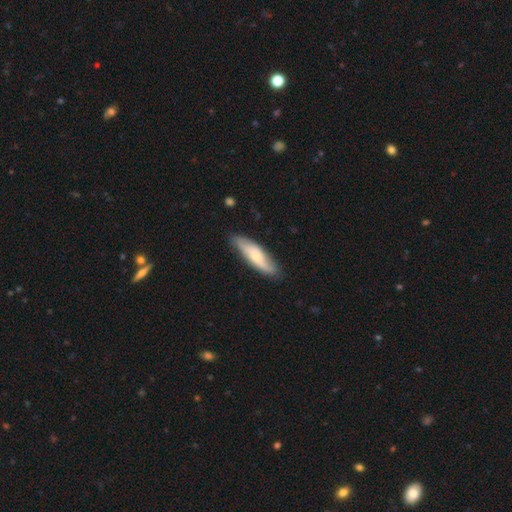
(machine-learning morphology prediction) smooth-or-featured: smooth: 58% | featured or disk: 37% | star or artifact: 5%
  how-rounded: cigar-shaped: 58% | in between: 41% | round: 2%
  merging: none: 79% | minor disturbance: 16% | major disturbance: 3% | merger: 1%